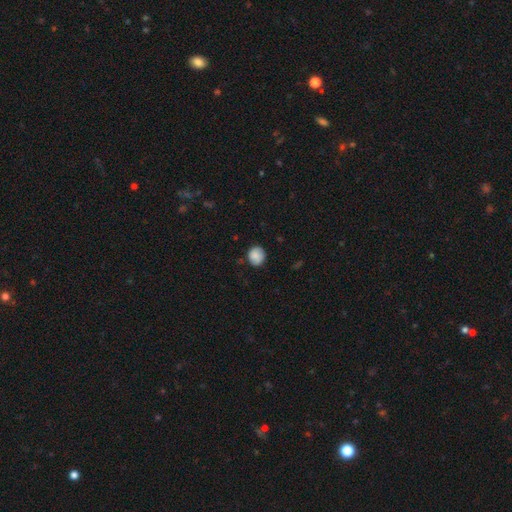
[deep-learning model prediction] Q: Smooth or featured?
A: smooth (84%); runner-up: featured or disk (8%)
Q: How rounded?
A: round (78%); runner-up: in between (21%)
Q: Merging?
A: none (77%); runner-up: minor disturbance (18%)